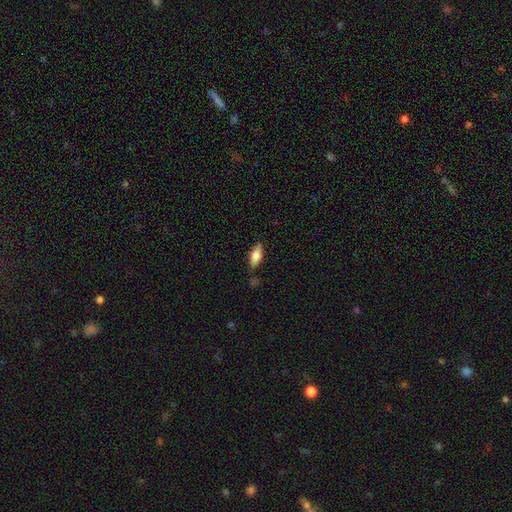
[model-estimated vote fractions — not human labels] Q: Smooth or featured?
A: smooth (69%); runner-up: featured or disk (24%)
Q: How rounded?
A: in between (75%); runner-up: cigar-shaped (22%)
Q: Merging?
A: none (78%); runner-up: minor disturbance (15%)